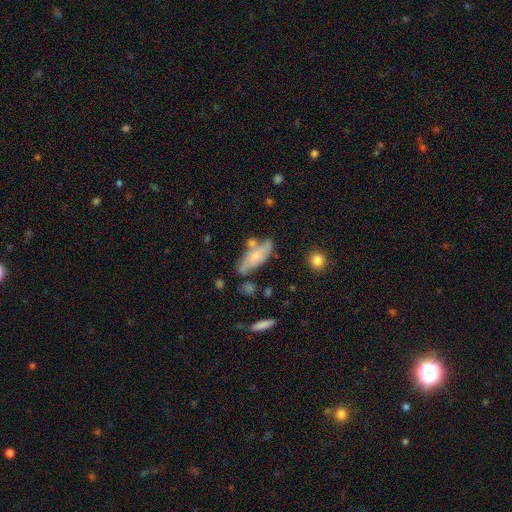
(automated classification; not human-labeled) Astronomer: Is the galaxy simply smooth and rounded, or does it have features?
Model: smooth — 47% (runner-up: featured or disk, 46%).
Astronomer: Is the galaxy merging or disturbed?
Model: none — 56%.